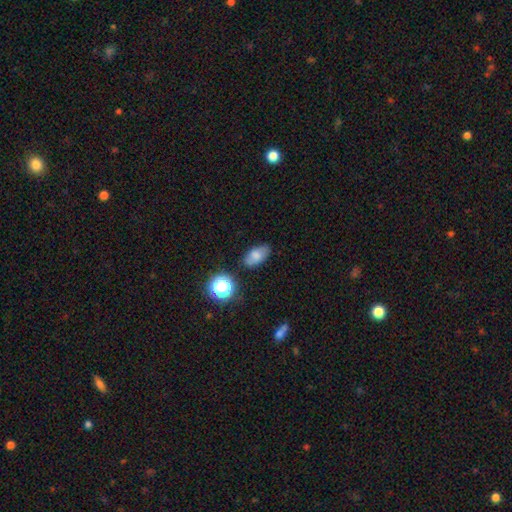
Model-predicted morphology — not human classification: Smooth or featured: smooth — 74% (featured or disk — 14%)
How rounded: in between — 88% (round — 9%)
Merging: none — 77% (minor disturbance — 16%)